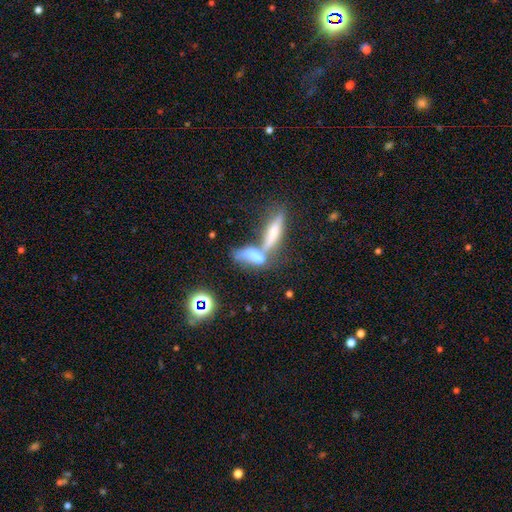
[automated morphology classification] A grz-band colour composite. It shows a smooth galaxy with no disk features (53%) that is cigar-shaped (50%). Merging: merger (62%).